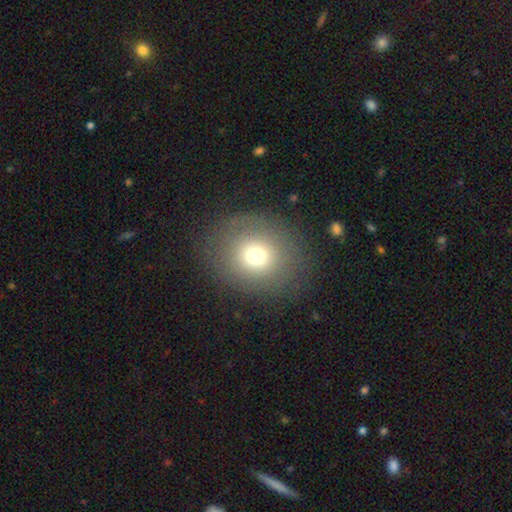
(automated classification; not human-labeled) smooth 69%, star or artifact 16%, featured or disk 15%. Down the decision tree: how rounded — round (83%); merging — none (83%).